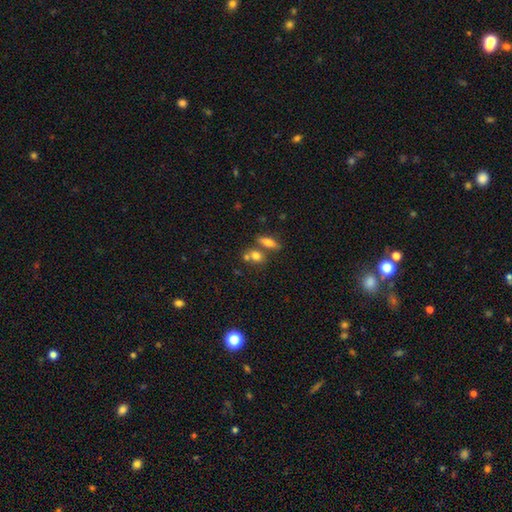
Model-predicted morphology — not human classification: The model was most divided on "how rounded": in between: 50%, round: 40%, cigar-shaped: 10%. Remaining: smooth or featured — smooth (73%); merging — none (50%).